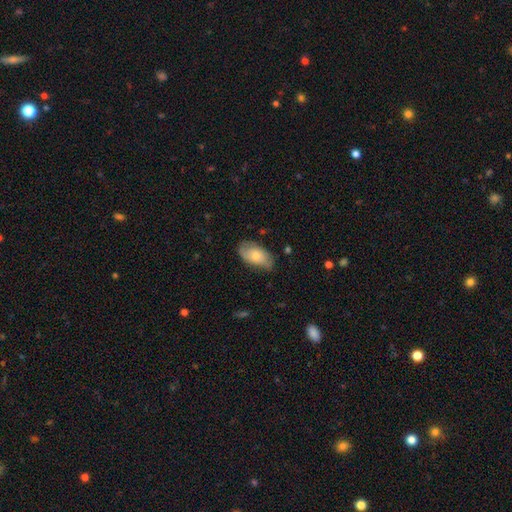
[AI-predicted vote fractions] Q: Smooth or featured?
A: smooth (60%); runner-up: featured or disk (34%)
Q: How rounded?
A: in between (92%); runner-up: round (5%)
Q: Merging?
A: none (63%); runner-up: minor disturbance (28%)